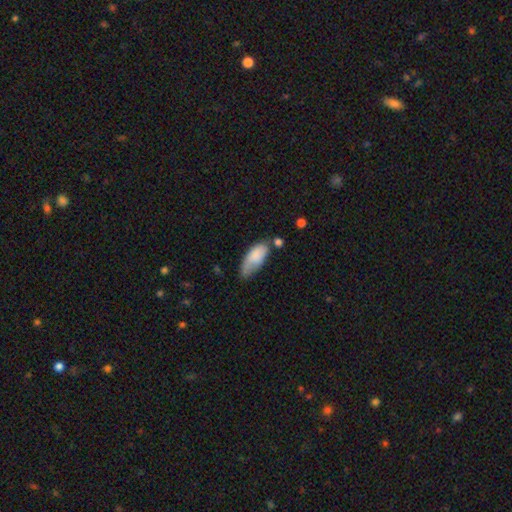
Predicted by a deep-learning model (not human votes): smooth_or_featured: smooth (p=0.81) [alt: featured or disk p=0.12]
how_rounded: in between (p=0.84) [alt: cigar-shaped p=0.14]
merging: none (p=0.40) [alt: minor disturbance p=0.37]